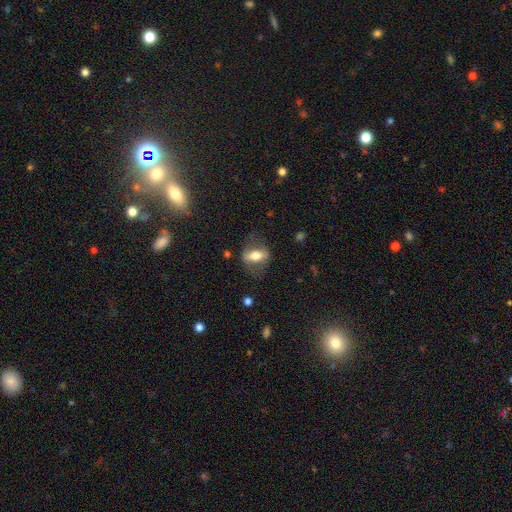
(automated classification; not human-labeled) smooth 46% (tied), featured or disk 46% (tied), star or artifact 8%. Down the decision tree: merging — none (69%).